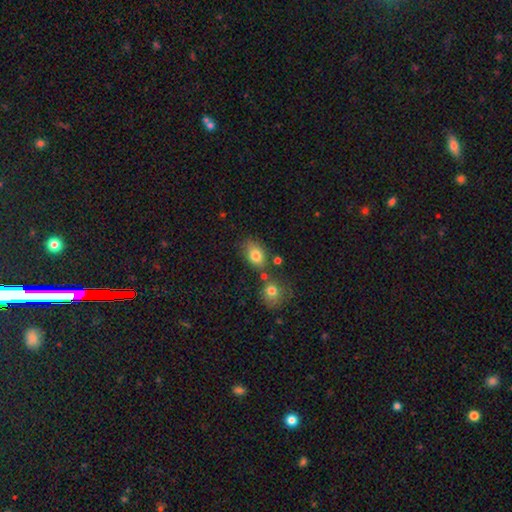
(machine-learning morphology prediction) smooth_or_featured: smooth (p=0.80) [alt: featured or disk p=0.10]
how_rounded: in between (p=0.76) [alt: round p=0.22]
merging: none (p=0.62) [alt: minor disturbance p=0.17]